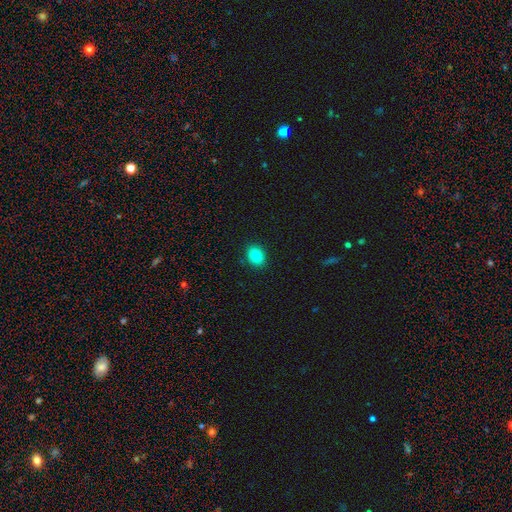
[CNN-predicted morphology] Smooth or featured: smooth — 81% (star or artifact — 10%)
How rounded: in between — 58% (round — 41%)
Merging: none — 89% (minor disturbance — 8%)